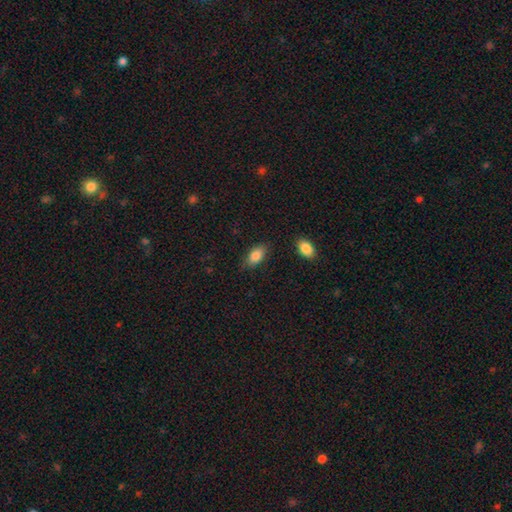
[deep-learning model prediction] smooth 85%, featured or disk 8%, star or artifact 7%. Down the decision tree: how rounded — in between (91%); merging — none (82%).